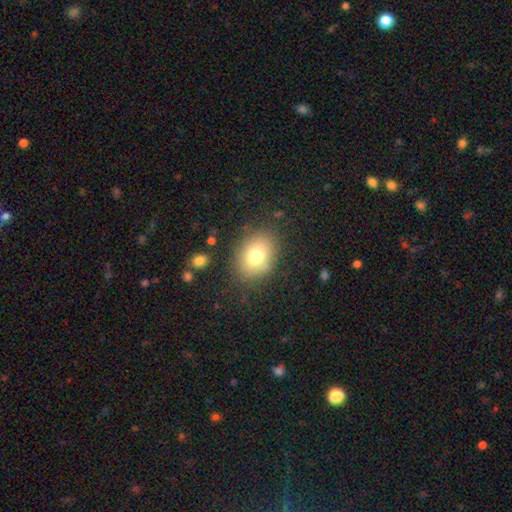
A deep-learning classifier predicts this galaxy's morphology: A smooth galaxy with no disk features (75%) that is in between round and cigar-shaped (60%).

Vote fractions:
- Smooth or featured? smooth: 75% / featured or disk: 14% / star or artifact: 11%
- How rounded? in between: 60% / round: 39% / cigar-shaped: 1%
- Merging? none: 80% / minor disturbance: 12% / major disturbance: 5% / merger: 2%